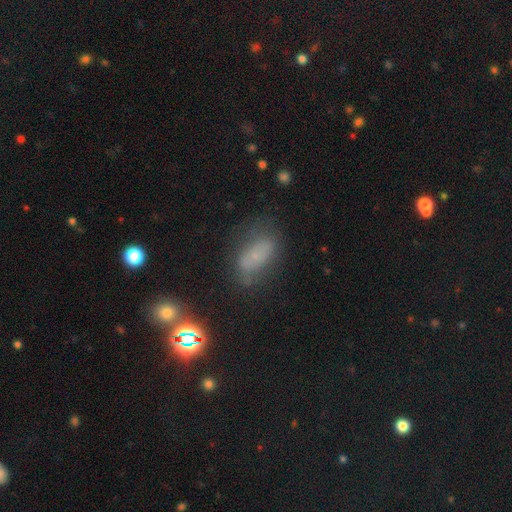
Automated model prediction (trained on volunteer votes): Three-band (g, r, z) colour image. It shows a smooth galaxy with no disk features (56%) that is in between round and cigar-shaped (86%). Merging: none (50%).